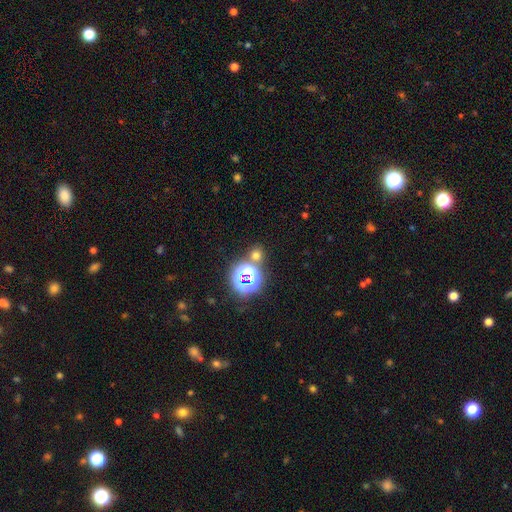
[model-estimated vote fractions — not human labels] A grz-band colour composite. It shows a smooth galaxy with no disk features (57%) that is round (85%). Merging: none (72%).